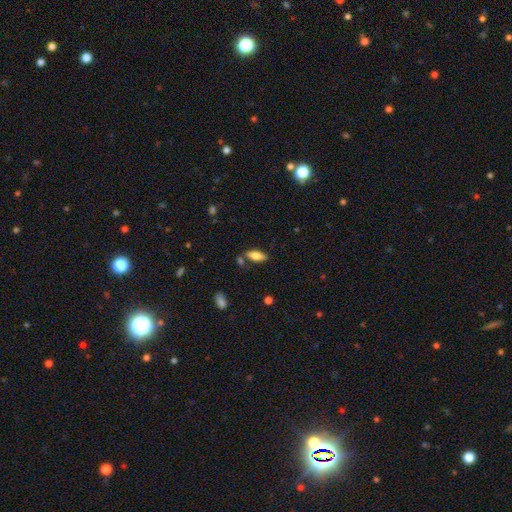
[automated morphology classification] smooth_or_featured: smooth (p=0.74) [alt: featured or disk p=0.19]
how_rounded: in between (p=0.75) [alt: cigar-shaped p=0.23]
merging: none (p=0.74) [alt: minor disturbance p=0.14]